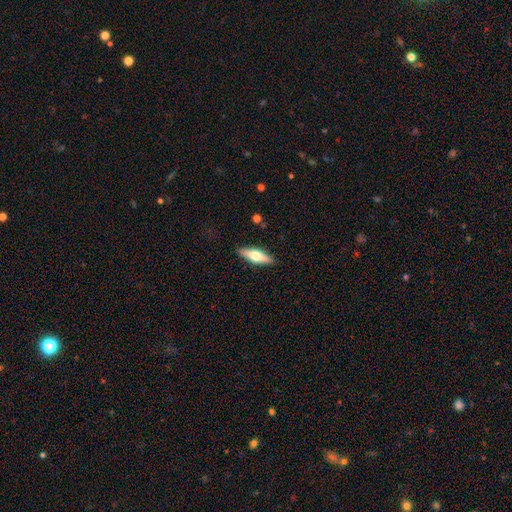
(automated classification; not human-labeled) Q: Smooth or featured?
A: smooth (54%); runner-up: featured or disk (40%)
Q: How rounded?
A: cigar-shaped (49%); runner-up: in between (48%)
Q: Merging?
A: none (88%); runner-up: minor disturbance (9%)